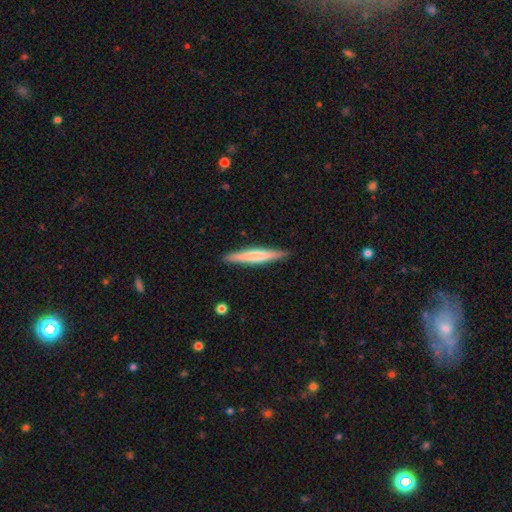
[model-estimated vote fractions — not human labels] Overall: smooth (56%; featured or disk 39%). How rounded: cigar-shaped (95%). Merging: none (90%).